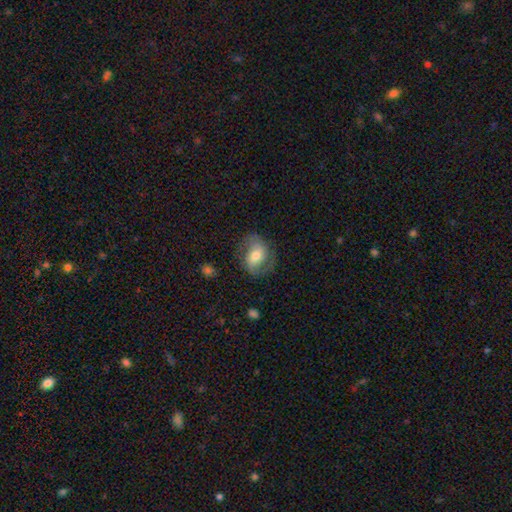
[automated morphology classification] Smooth or featured: featured or disk — 60% (smooth — 33%)
Edge-on disk: no — 96% (yes — 4%)
Bar: no — 42% (weak — 40%)
Spiral arms: yes — 83% (no — 17%)
Bulge size: moderate — 68% (small — 21%)
Merging: none — 71% (minor disturbance — 18%)